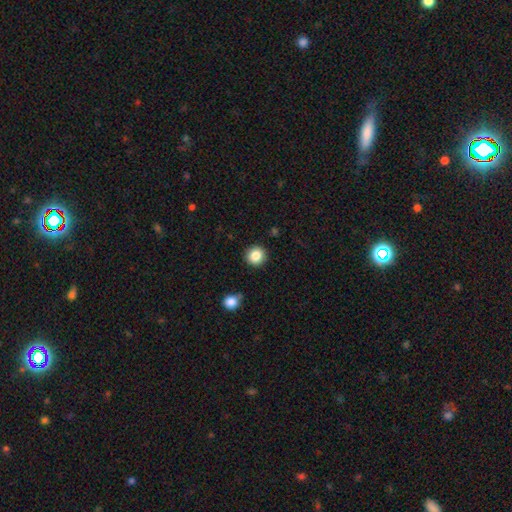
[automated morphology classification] Smooth or featured: smooth — 85% (star or artifact — 10%)
How rounded: round — 93% (in between — 6%)
Merging: none — 90% (minor disturbance — 6%)